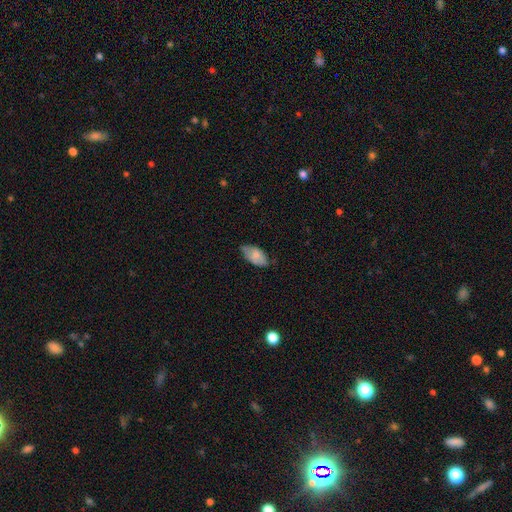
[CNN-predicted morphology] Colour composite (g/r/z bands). It shows a smooth galaxy with no disk features (72%) that is in between round and cigar-shaped (93%). Merging: none (61%).